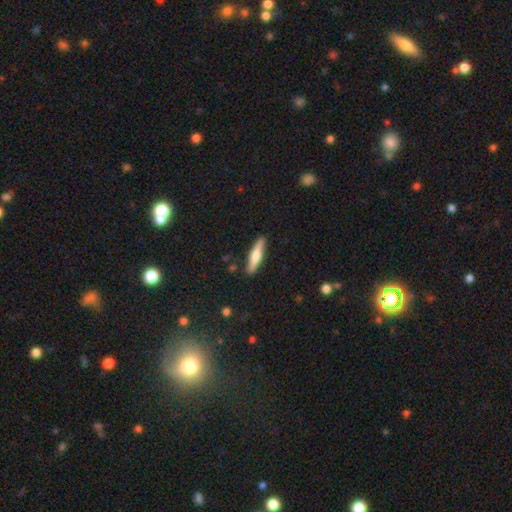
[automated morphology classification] Q: Smooth or featured?
A: smooth (60%); runner-up: featured or disk (35%)
Q: How rounded?
A: cigar-shaped (83%); runner-up: in between (15%)
Q: Merging?
A: none (87%); runner-up: minor disturbance (10%)